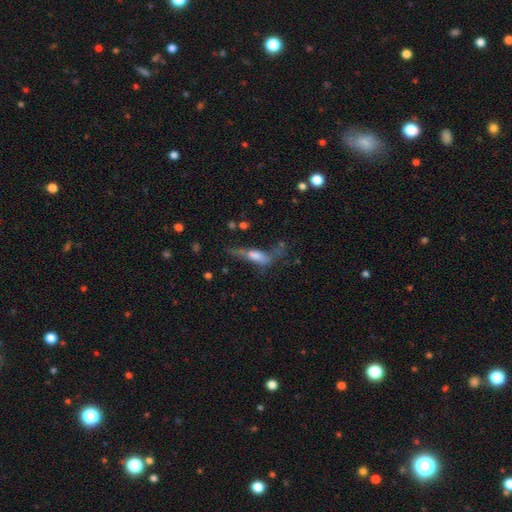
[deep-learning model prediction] Smooth or featured? Predicted: smooth (p=0.50). Merging? Predicted: major disturbance (p=0.35).